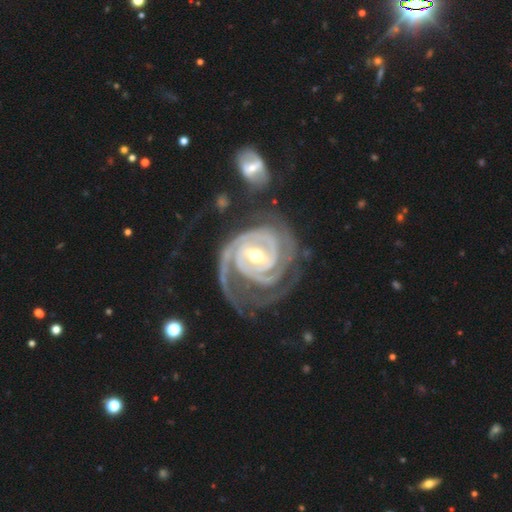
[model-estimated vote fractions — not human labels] This appears to be a featured or disk galaxy (94%) with a strong bar (43%), 2 (40%) tight (74%) spiral arms (99%) and a moderate central bulge (62%). Merging: none (48%).